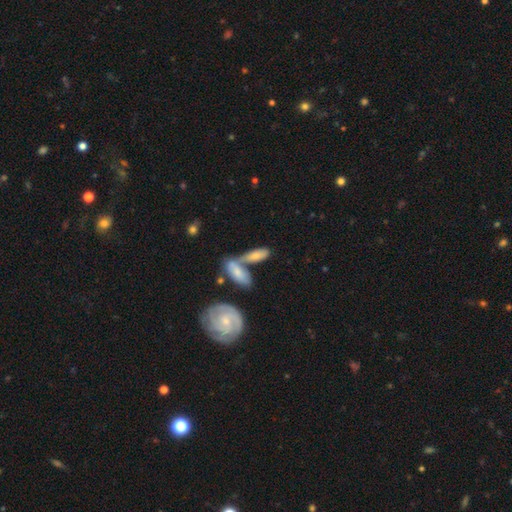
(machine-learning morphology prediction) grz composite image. It shows a smooth galaxy with no disk features (68%) that is in between round and cigar-shaped (68%). Merging: merger (47%).